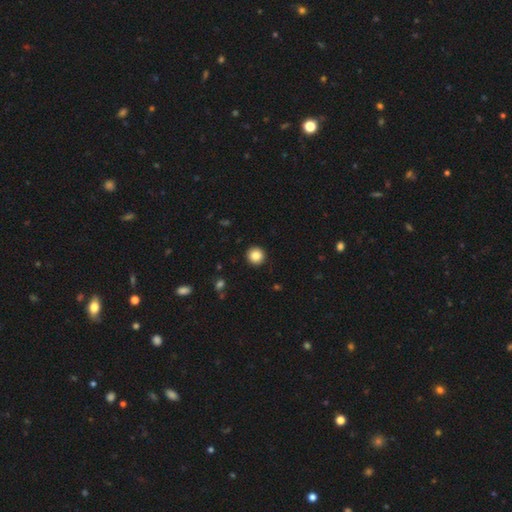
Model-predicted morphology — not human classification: Q: Smooth or featured?
A: smooth (86%); runner-up: star or artifact (10%)
Q: How rounded?
A: round (95%); runner-up: in between (4%)
Q: Merging?
A: none (93%); runner-up: minor disturbance (5%)